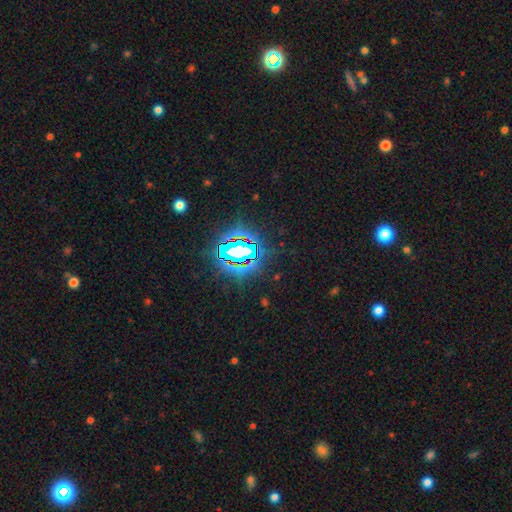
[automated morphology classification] This appears to be a star or artifact, not a galaxy (83%).